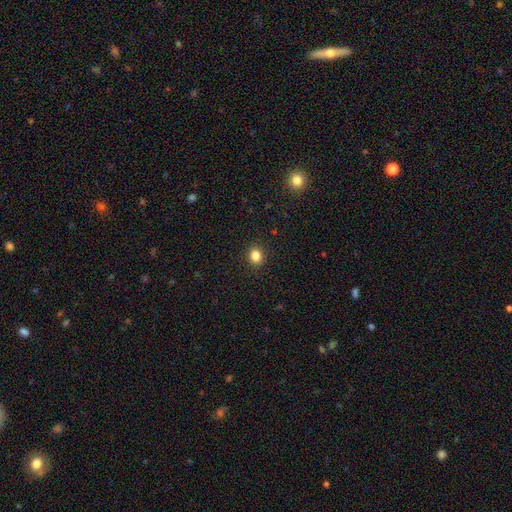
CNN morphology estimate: smooth_or_featured: smooth (p=0.84) [alt: star or artifact p=0.11]
how_rounded: round (p=0.67) [alt: in between p=0.32]
merging: none (p=0.91) [alt: minor disturbance p=0.06]